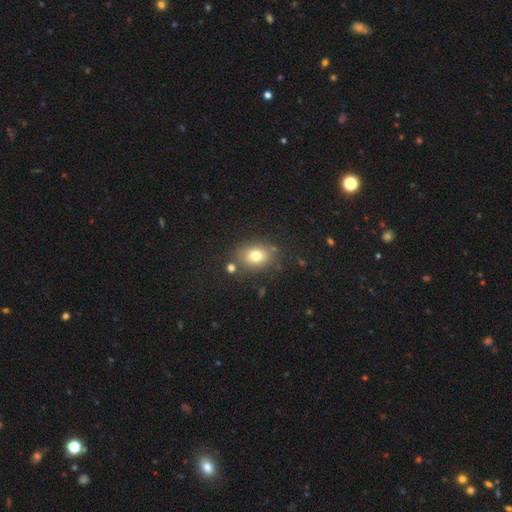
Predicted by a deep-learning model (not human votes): Overall: smooth (77%). How rounded: in between (52%; round 47%). Merging: none (77%).